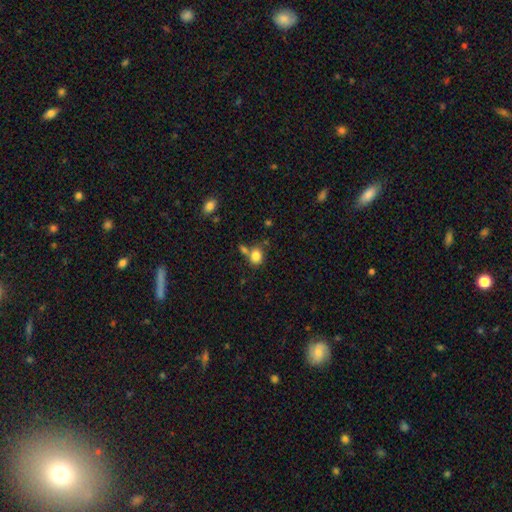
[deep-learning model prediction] Smooth or featured? Predicted: smooth (p=0.83). How rounded? Predicted: round (p=0.58). Merging? Predicted: none (p=0.58).